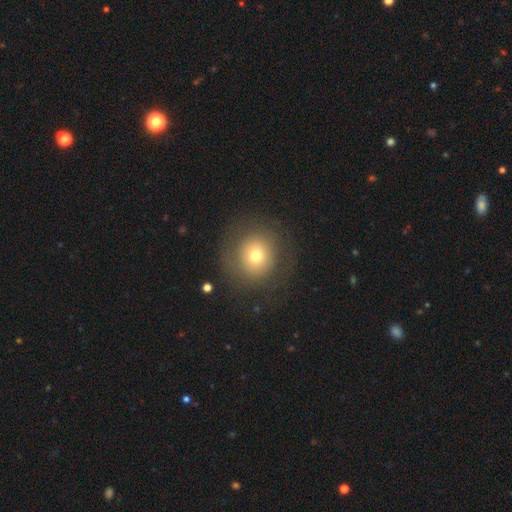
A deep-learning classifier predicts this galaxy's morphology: Smooth or featured? Predicted: smooth (p=0.69). How rounded? Predicted: round (p=0.91). Merging? Predicted: none (p=0.80).